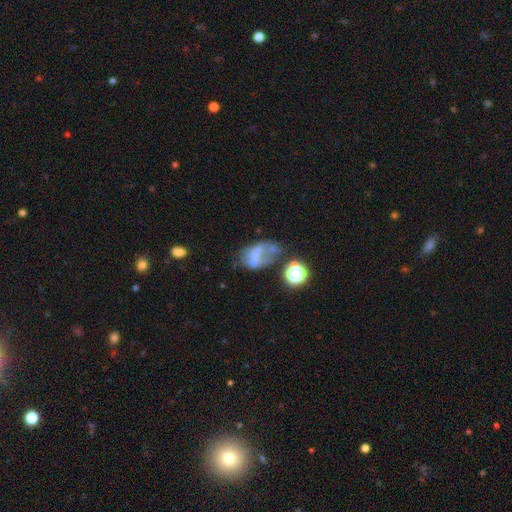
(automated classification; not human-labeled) Smooth or featured? Predicted: smooth (p=0.45). Merging? Predicted: major disturbance (p=0.35).